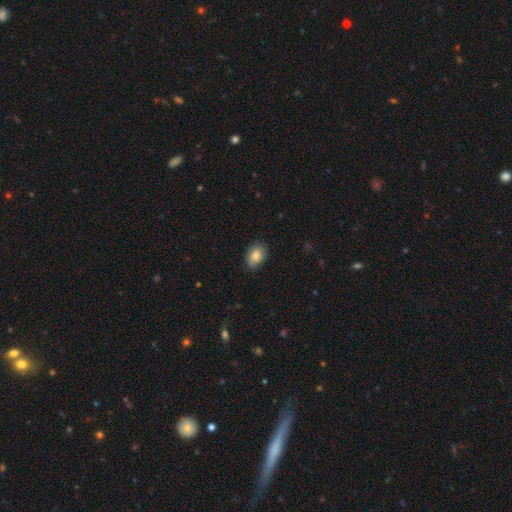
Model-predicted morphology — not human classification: Q: Smooth or featured?
A: smooth (76%); runner-up: featured or disk (17%)
Q: How rounded?
A: in between (81%); runner-up: round (18%)
Q: Merging?
A: none (78%); runner-up: minor disturbance (18%)